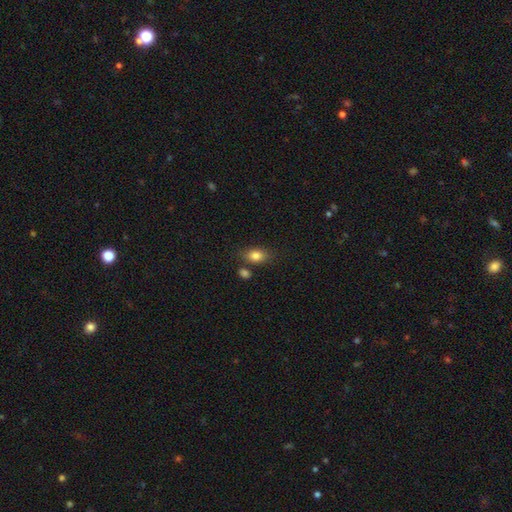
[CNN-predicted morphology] smooth 83%, star or artifact 9%, featured or disk 8%. Down the decision tree: how rounded — in between (79%); merging — none (71%).